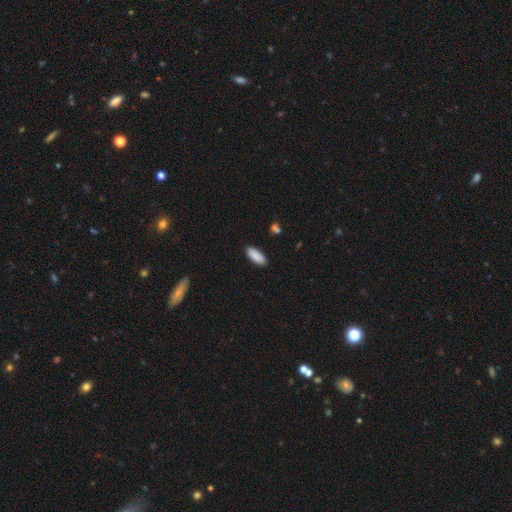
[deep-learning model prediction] Overall: smooth (90%). How rounded: in between (82%). Merging: none (89%).